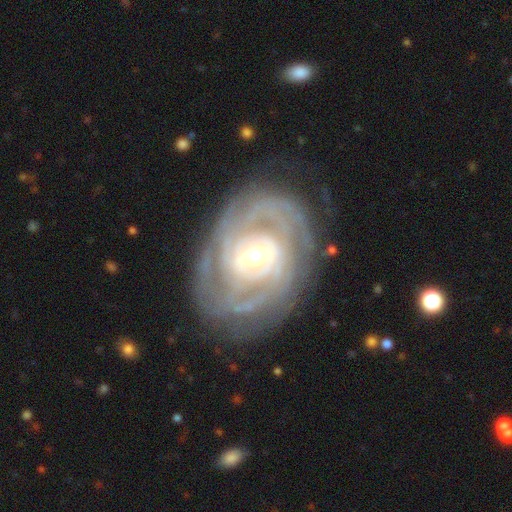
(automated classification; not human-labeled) smooth_or_featured: featured or disk (p=0.89) [alt: smooth p=0.06]
disk_edge_on: no (p=0.96) [alt: yes p=0.04]
bar: weak (p=0.45) [alt: no p=0.29]
has_spiral_arms: yes (p=0.96) [alt: no p=0.04]
spiral_winding: tight (p=0.75) [alt: medium p=0.20]
spiral_arm_count: can't tell (p=0.30) [alt: 2 p=0.22]
bulge_size: moderate (p=0.64) [alt: small p=0.27]
merging: none (p=0.78) [alt: minor disturbance p=0.15]